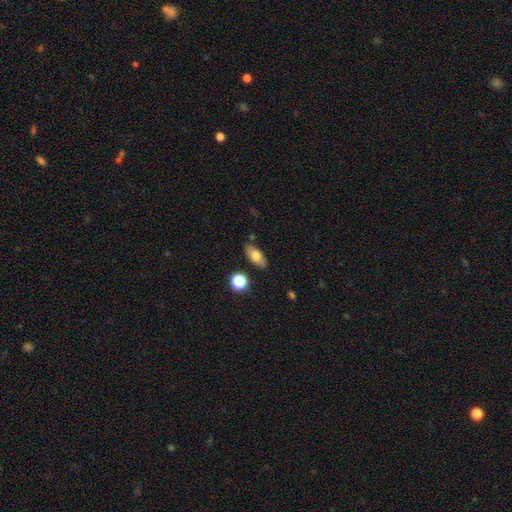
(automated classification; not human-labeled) smooth_or_featured: smooth (p=0.69) [alt: featured or disk p=0.22]
how_rounded: in between (p=0.83) [alt: cigar-shaped p=0.11]
merging: none (p=0.82) [alt: minor disturbance p=0.12]